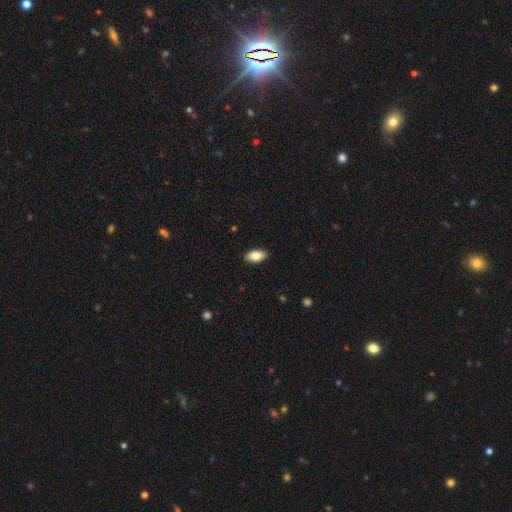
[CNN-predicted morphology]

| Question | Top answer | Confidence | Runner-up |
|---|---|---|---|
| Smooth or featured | smooth | 84% | featured or disk (10%) |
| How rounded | in between | 92% | cigar-shaped (4%) |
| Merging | none | 89% | minor disturbance (8%) |